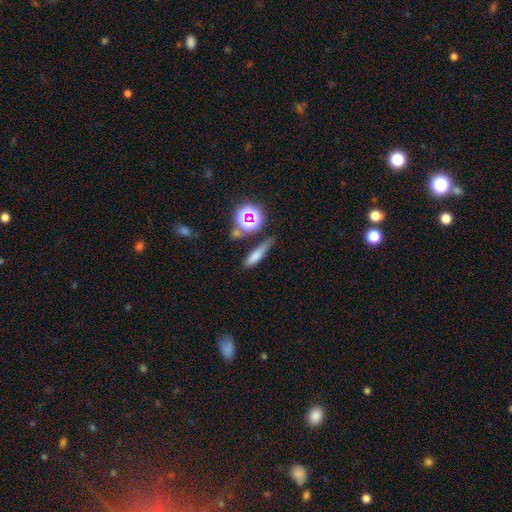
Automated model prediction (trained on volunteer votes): Smooth or featured: smooth — 66% (star or artifact — 19%)
How rounded: cigar-shaped — 66% (in between — 25%)
Merging: none — 63% (minor disturbance — 20%)